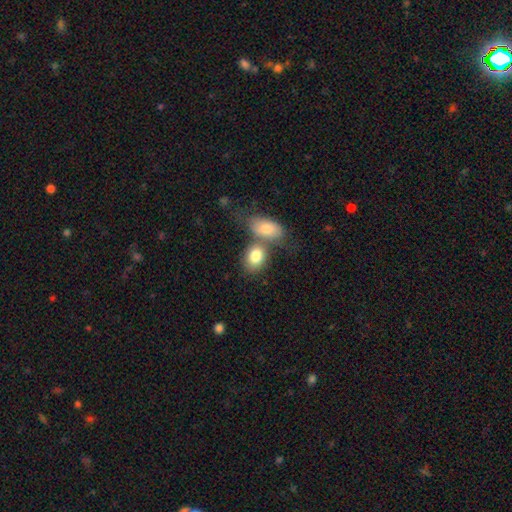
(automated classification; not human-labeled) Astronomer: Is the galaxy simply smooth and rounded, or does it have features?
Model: smooth — 80%.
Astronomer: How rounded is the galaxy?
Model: in between — 70%.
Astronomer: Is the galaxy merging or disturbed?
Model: merger — 47% (runner-up: none, 39%).